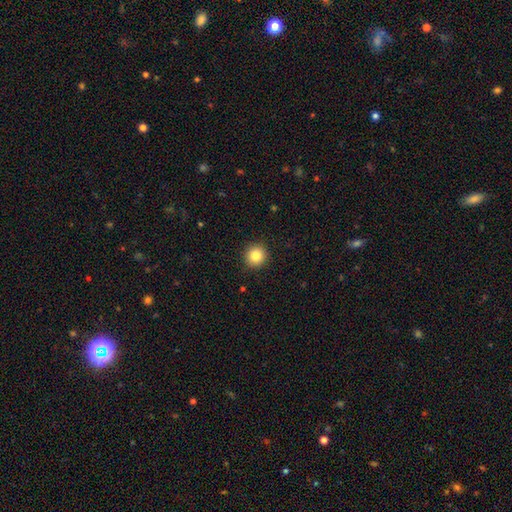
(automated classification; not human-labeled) A smooth galaxy with no disk features (84%) that is round (94%). Merging: none (92%).